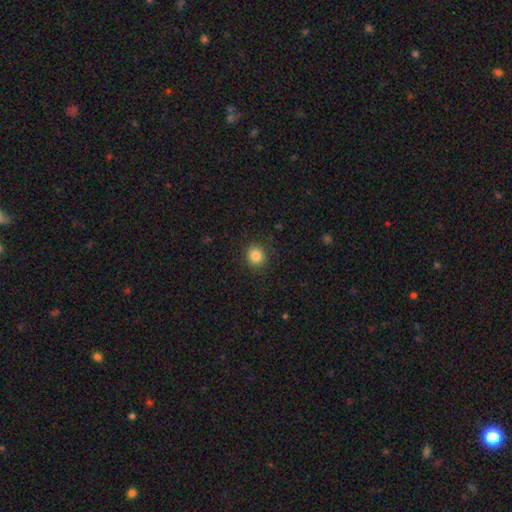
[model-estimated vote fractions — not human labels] A smooth galaxy with no disk features (84%) that is round (90%). Merging: none (89%).